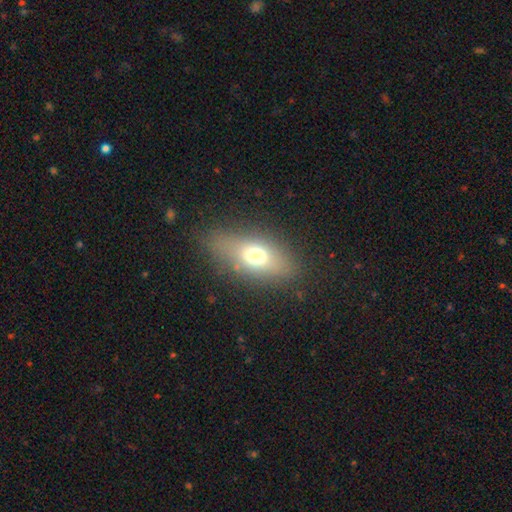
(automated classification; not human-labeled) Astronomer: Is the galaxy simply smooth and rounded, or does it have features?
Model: smooth — 65%.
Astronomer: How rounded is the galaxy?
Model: in between — 75%.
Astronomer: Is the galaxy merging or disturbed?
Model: none — 78%.